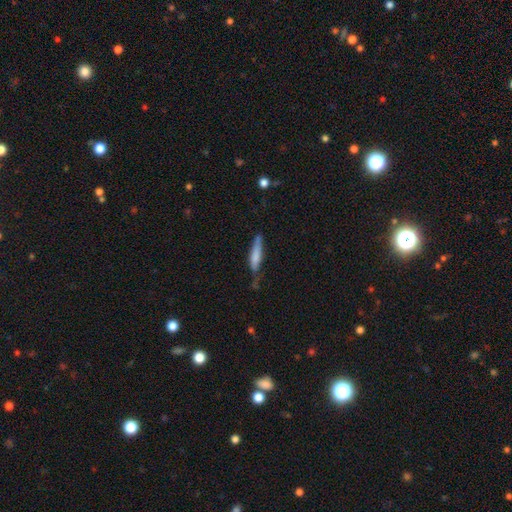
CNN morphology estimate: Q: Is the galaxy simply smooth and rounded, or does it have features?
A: smooth — 67%.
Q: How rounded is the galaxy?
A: cigar-shaped — 83%.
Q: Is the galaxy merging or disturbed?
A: none — 55%.